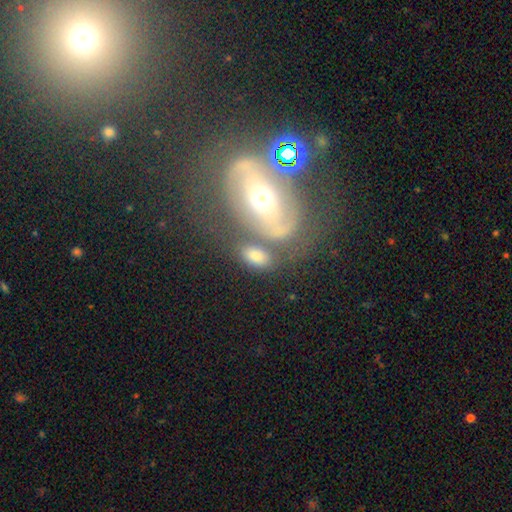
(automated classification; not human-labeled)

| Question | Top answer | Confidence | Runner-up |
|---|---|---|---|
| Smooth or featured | smooth | 72% | featured or disk (18%) |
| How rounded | in between | 87% | round (9%) |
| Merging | none | 50% | merger (25%) |